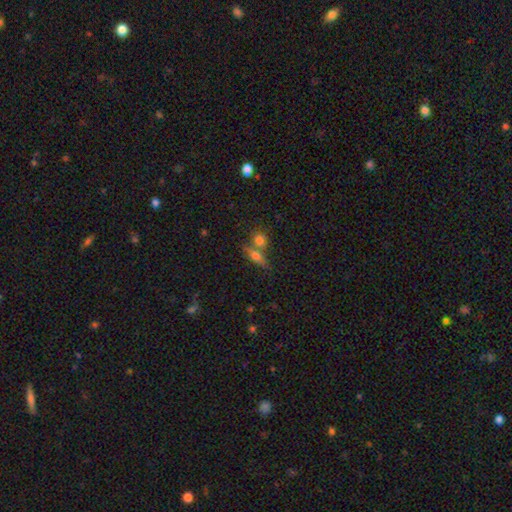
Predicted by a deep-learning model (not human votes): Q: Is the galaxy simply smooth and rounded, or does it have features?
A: smooth — 69%.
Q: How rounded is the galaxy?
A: in between — 64%.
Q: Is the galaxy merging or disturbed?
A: merger — 42%, tied with none.